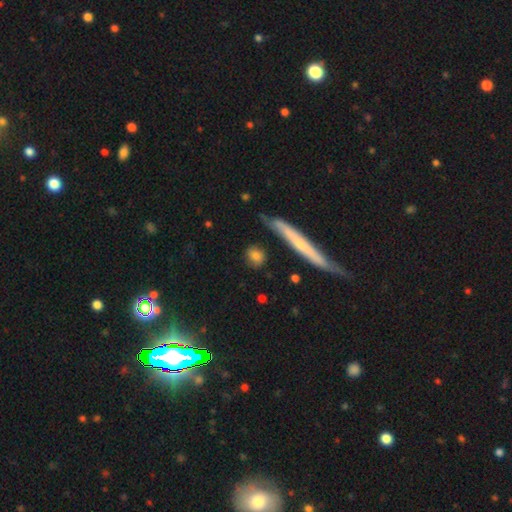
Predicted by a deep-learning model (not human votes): The model was most divided on "how rounded": round: 62%, in between: 21%, cigar-shaped: 17%. More confident: merging — none (81%); smooth or featured — smooth (79%).